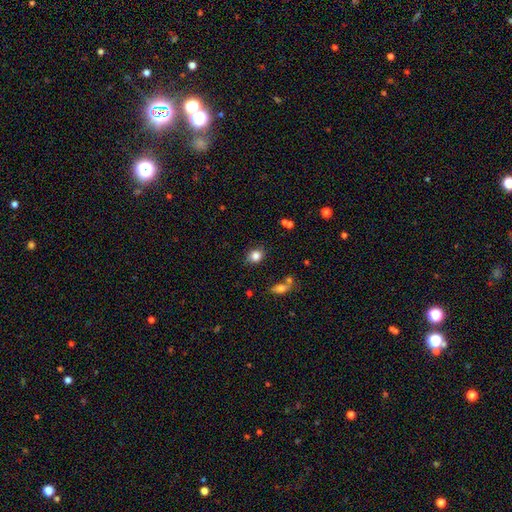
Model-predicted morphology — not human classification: This appears to be a smooth galaxy with no disk features (82%) that is round (61%). Merging: none (78%).